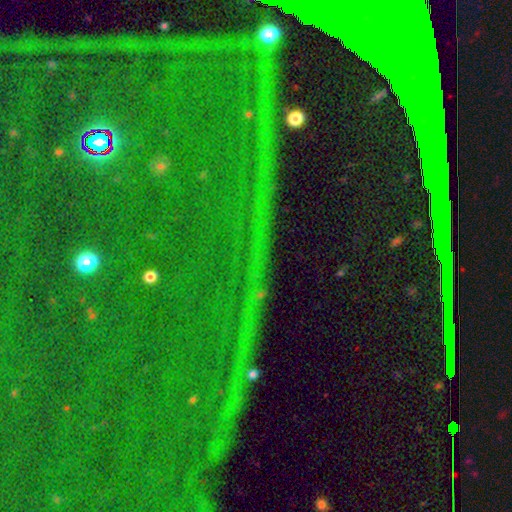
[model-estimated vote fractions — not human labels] A star or artifact, not a galaxy (76%).

Vote fractions:
- Smooth or featured? star or artifact: 76% / smooth: 12% / featured or disk: 12%